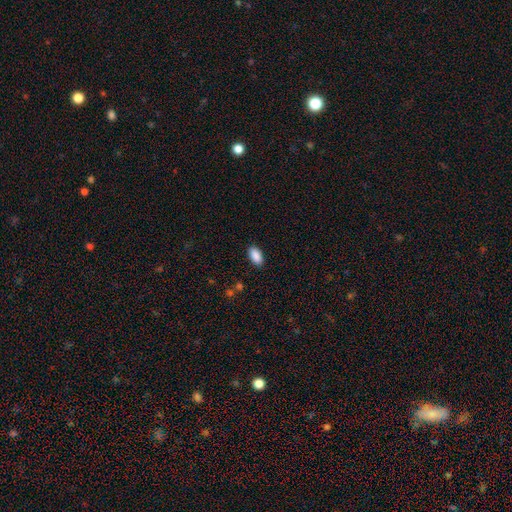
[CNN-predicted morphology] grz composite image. It shows a smooth galaxy with no disk features (90%) that is in between round and cigar-shaped (93%). Merging: none (88%).